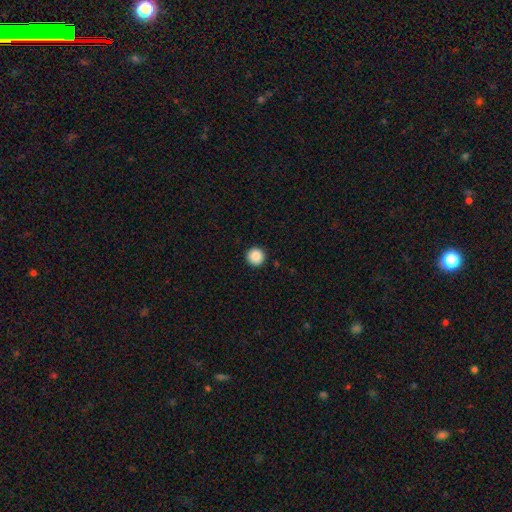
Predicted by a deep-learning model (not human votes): The model was most divided on "smooth or featured": smooth: 88%, star or artifact: 9%, featured or disk: 3%. More confident: how rounded — round (96%); merging — none (93%).